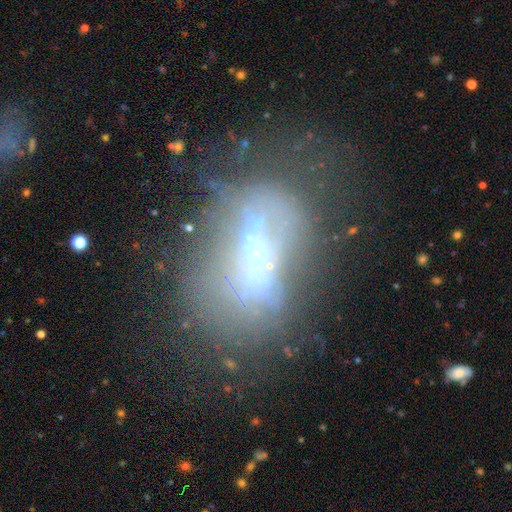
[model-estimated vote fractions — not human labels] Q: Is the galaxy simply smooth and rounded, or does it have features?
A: featured or disk — 53%.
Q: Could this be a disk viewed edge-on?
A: no — 87%.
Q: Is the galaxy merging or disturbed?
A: major disturbance — 38%.